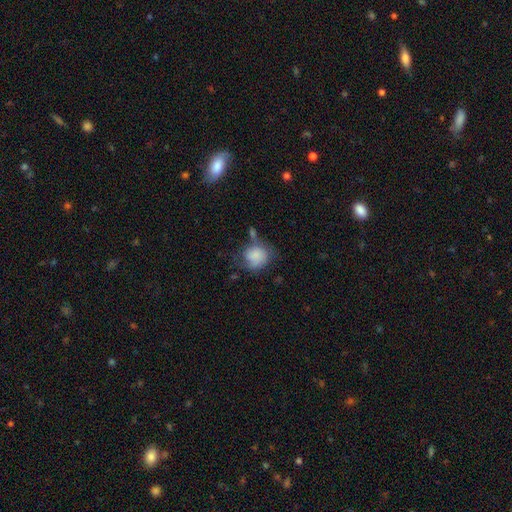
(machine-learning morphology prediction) Smooth or featured? smooth (77%)
How rounded? round (67%)
Merging? none (41%)